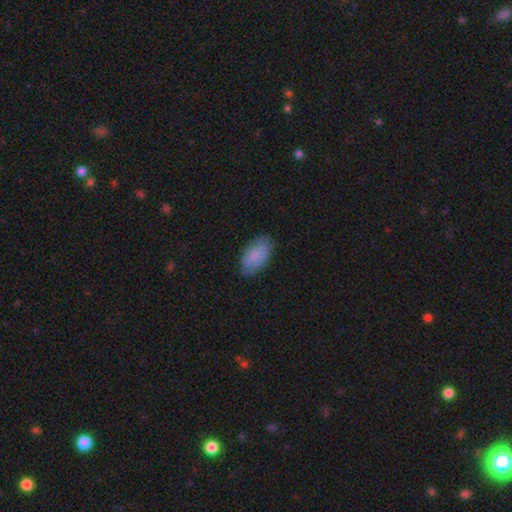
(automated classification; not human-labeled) The model was most divided on "merging": none: 78%, minor disturbance: 17%, major disturbance: 4%, merger: 1%. More confident: how rounded — in between (95%); smooth or featured — smooth (82%).